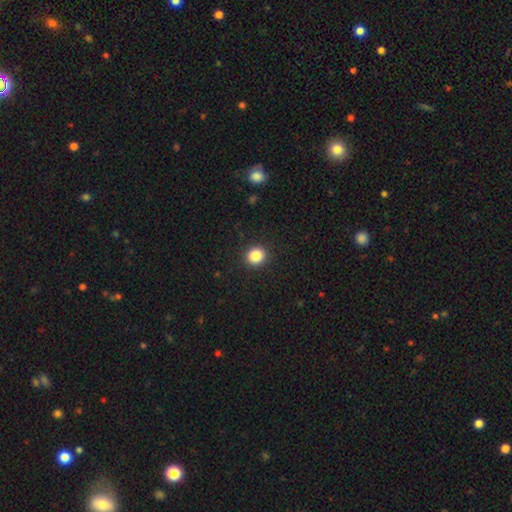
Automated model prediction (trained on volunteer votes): A smooth galaxy with no disk features (85%) that is round (87%). Merging: none (92%).